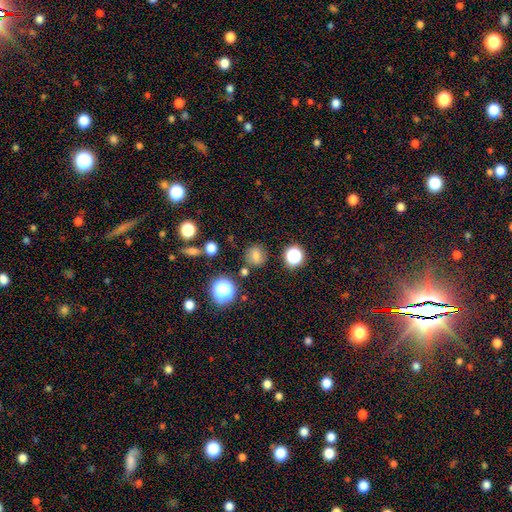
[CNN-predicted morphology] smooth 62%, star or artifact 27%, featured or disk 11%. Down the decision tree: how rounded — round (80%); merging — none (83%).